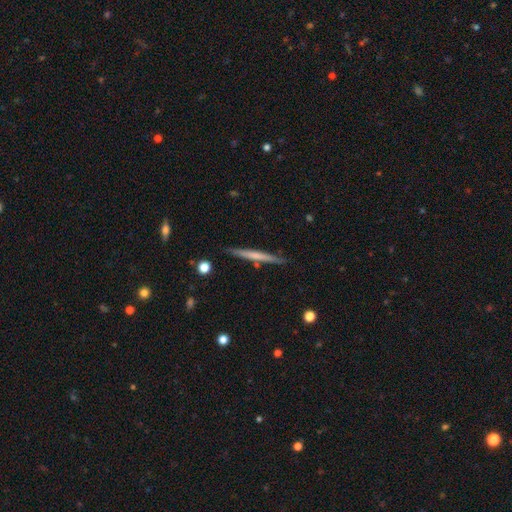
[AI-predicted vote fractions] Q: Smooth or featured?
A: featured or disk (48%); runner-up: smooth (47%)
Q: Merging?
A: none (87%); runner-up: minor disturbance (9%)